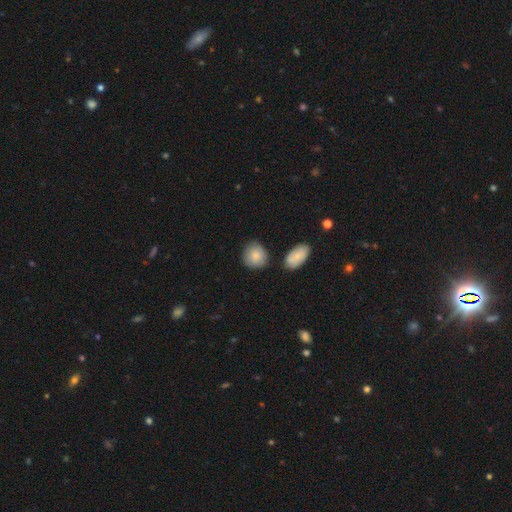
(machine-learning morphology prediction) Q: Smooth or featured?
A: smooth (85%); runner-up: featured or disk (8%)
Q: How rounded?
A: round (76%); runner-up: in between (23%)
Q: Merging?
A: none (73%); runner-up: minor disturbance (15%)